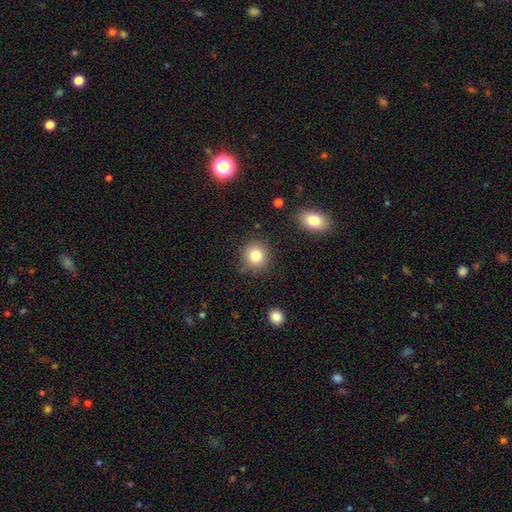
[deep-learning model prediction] The model was most divided on "smooth or featured": smooth: 81%, star or artifact: 11%, featured or disk: 8%. More confident: how rounded — round (89%); merging — none (86%).